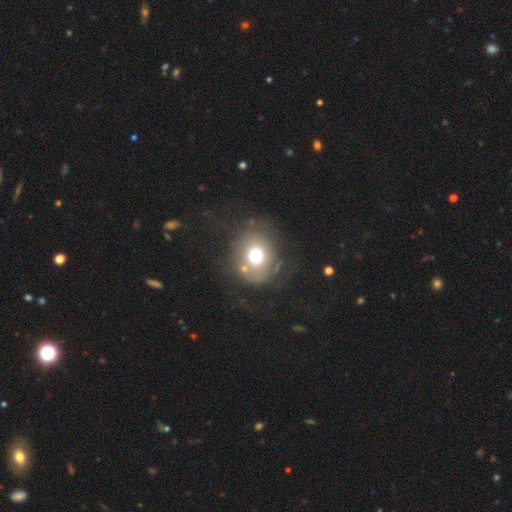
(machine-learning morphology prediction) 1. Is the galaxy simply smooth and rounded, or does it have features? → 64% smooth, 20% featured or disk, 16% star or artifact.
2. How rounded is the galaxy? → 74% round, 25% in between, 1% cigar-shaped.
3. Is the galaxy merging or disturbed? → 65% none, 16% minor disturbance, 13% major disturbance, 6% merger.